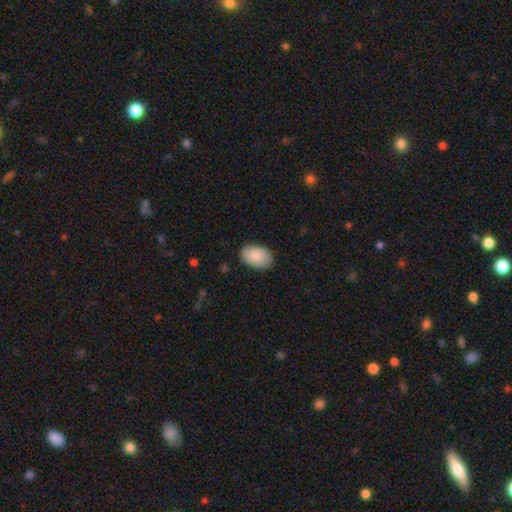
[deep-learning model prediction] Smooth or featured? Predicted: smooth (p=0.82). How rounded? Predicted: in between (p=0.88). Merging? Predicted: none (p=0.78).